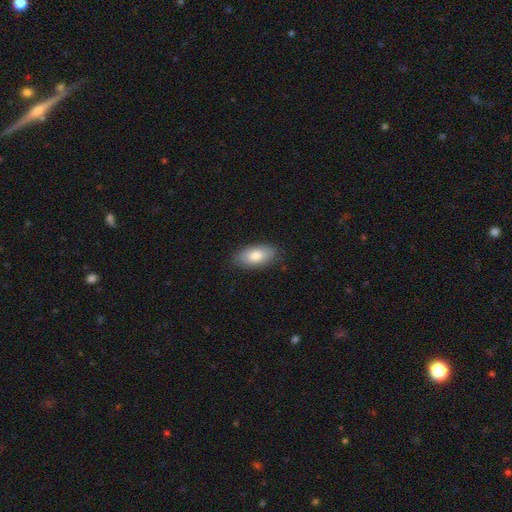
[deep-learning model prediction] Morphology: type=smooth (78%); roundness=in between (92%); merging=none (85%).